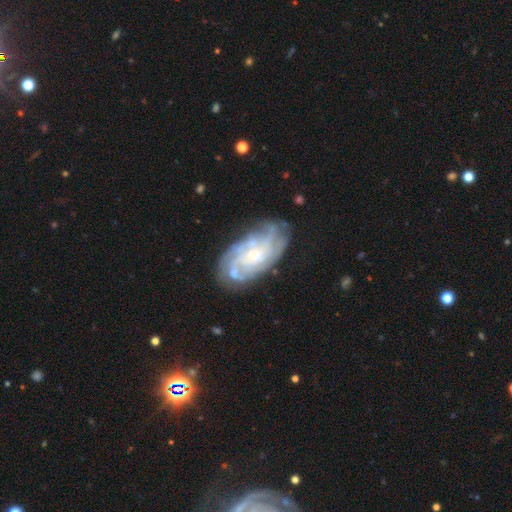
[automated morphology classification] smooth-or-featured: featured or disk: 80% | smooth: 14% | star or artifact: 6%
  disk-edge-on: no: 95% | yes: 5%
    bar: no: 70% | weak: 26% | strong: 4%
    has-spiral-arms: yes: 88% | no: 12%
      spiral-winding: tight: 56% | medium: 32% | loose: 11%
      spiral-arm-count: can't tell: 47% | 4: 16% | 3: 12% | 2: 10% | more than 4: 9% | 1: 5%
    bulge-size: small: 49% | moderate: 42% | none: 4% | large: 4% | dominant: 1%
  merging: none: 65% | minor disturbance: 22% | major disturbance: 11% | merger: 3%